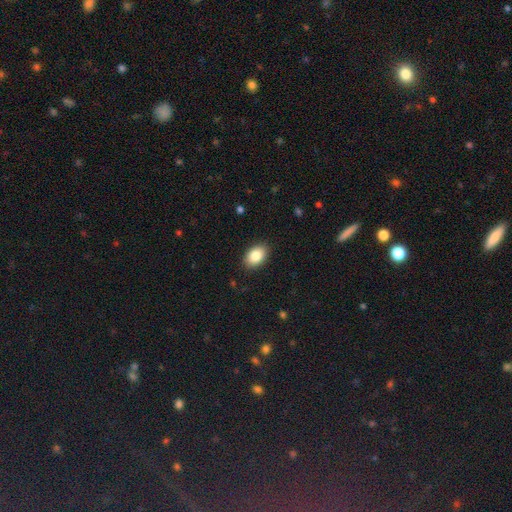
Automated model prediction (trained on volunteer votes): Overall: smooth (86%). How rounded: in between (89%). Merging: none (88%).